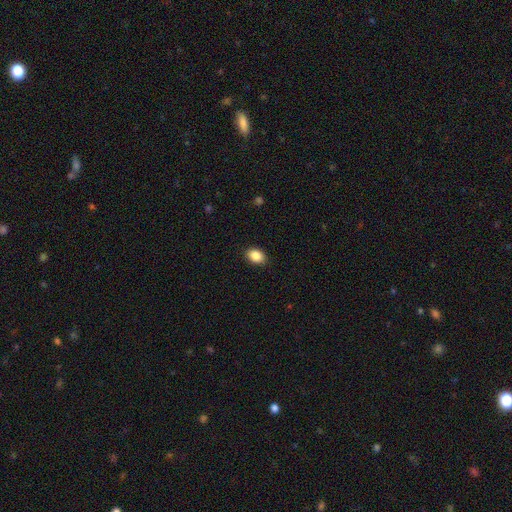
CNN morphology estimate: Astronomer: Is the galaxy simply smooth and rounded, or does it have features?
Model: smooth — 87%.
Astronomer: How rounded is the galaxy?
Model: in between — 77%.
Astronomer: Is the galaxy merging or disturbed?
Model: none — 89%.